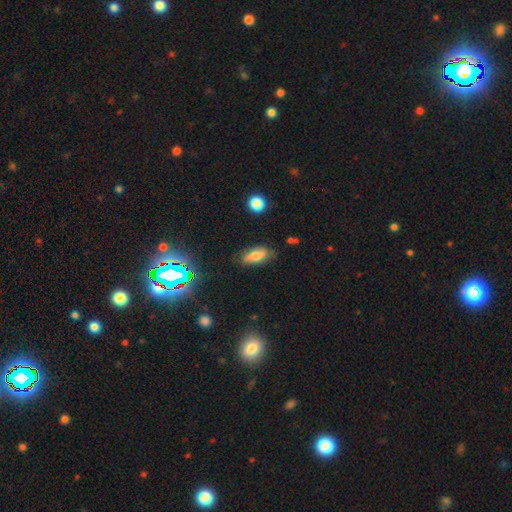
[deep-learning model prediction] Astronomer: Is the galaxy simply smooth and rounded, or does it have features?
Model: smooth — 70%.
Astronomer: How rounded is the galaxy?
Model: in between — 82%.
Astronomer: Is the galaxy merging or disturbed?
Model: none — 77%.